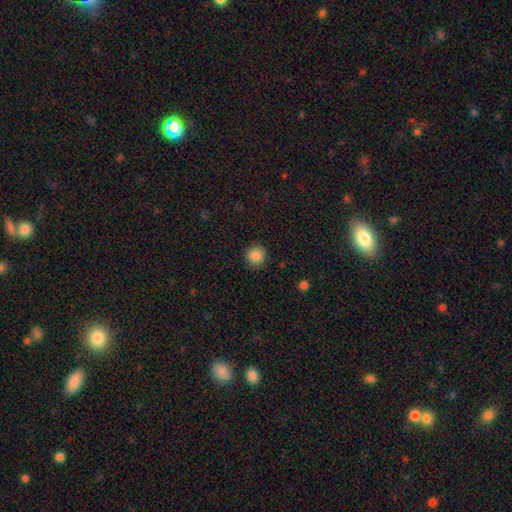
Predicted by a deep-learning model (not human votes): Morphology: type=smooth (86%); roundness=round (93%); merging=none (90%).